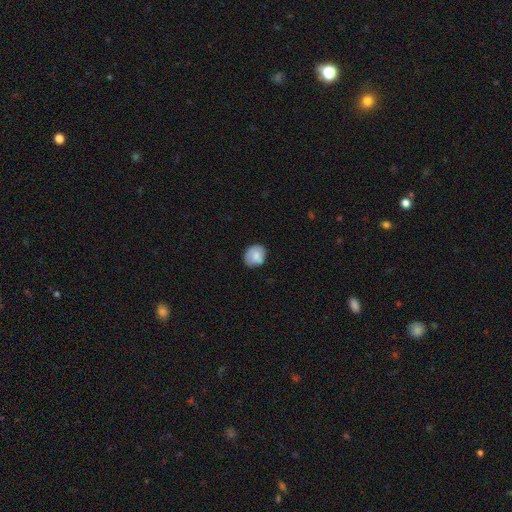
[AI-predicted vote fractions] smooth-or-featured: smooth: 78% | featured or disk: 14% | star or artifact: 8%
  how-rounded: round: 61% | in between: 38% | cigar-shaped: 1%
  merging: none: 70% | minor disturbance: 24% | major disturbance: 5% | merger: 1%